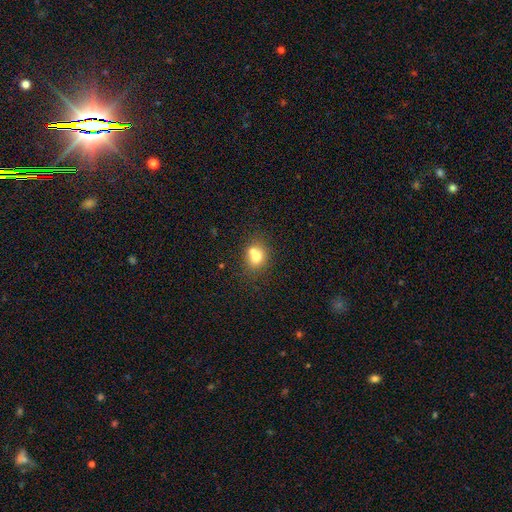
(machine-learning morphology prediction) smooth 70%, featured or disk 19%, star or artifact 12%. Down the decision tree: how rounded — round (69%); merging — merger (49%).